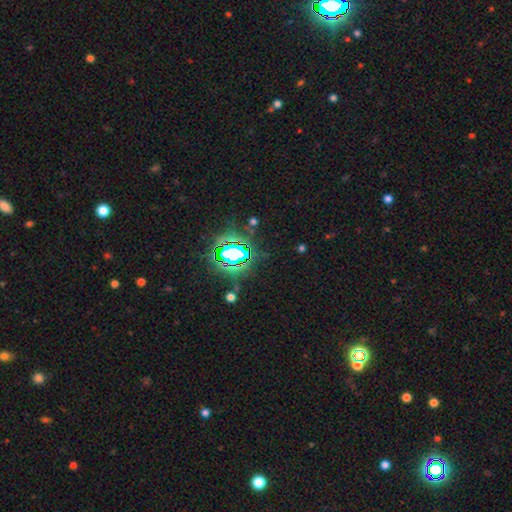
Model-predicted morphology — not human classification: star or artifact 77%, smooth 14%, featured or disk 8%.